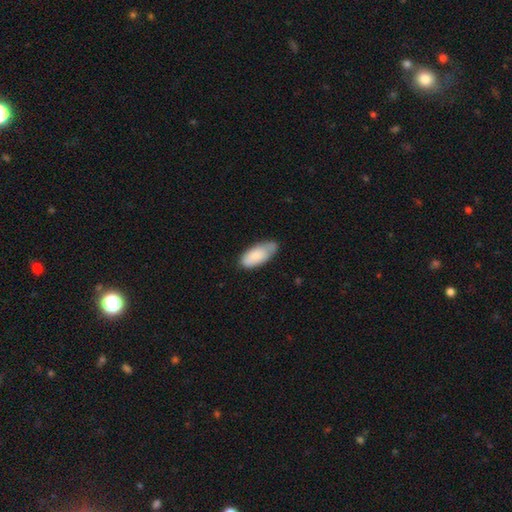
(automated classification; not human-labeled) smooth-or-featured: smooth: 81% | featured or disk: 13% | star or artifact: 6%
  how-rounded: in between: 89% | cigar-shaped: 9% | round: 2%
  merging: none: 59% | minor disturbance: 33% | major disturbance: 6% | merger: 2%